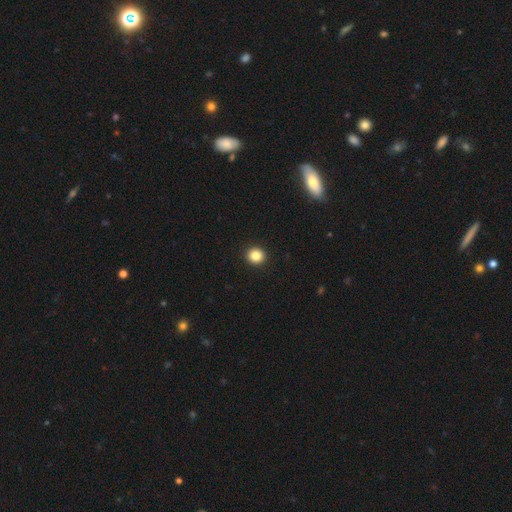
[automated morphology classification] type=smooth (85%); roundness=round (92%); merging=none (93%).